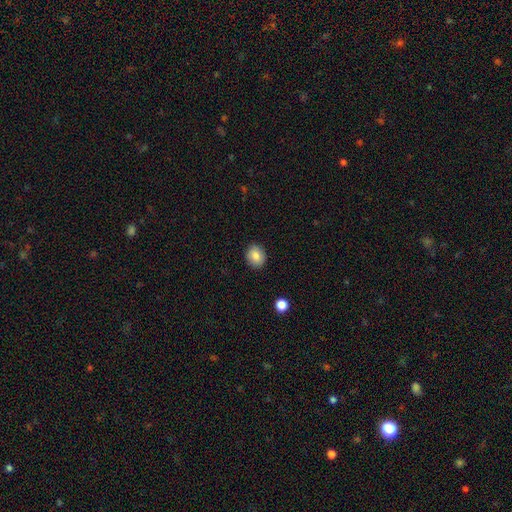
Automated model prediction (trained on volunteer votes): smooth 84%, star or artifact 9%, featured or disk 7%. Down the decision tree: how rounded — round (68%); merging — none (89%).